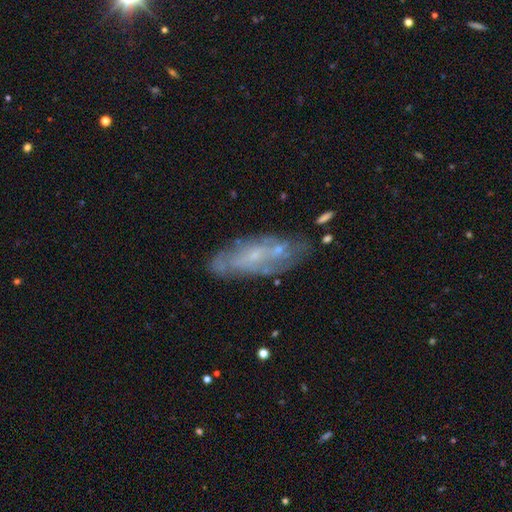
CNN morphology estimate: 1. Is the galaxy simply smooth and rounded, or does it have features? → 62% featured or disk, 29% smooth, 9% star or artifact.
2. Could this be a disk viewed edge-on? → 80% no, 20% yes.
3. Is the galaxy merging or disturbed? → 67% none, 20% minor disturbance, 7% major disturbance, 6% merger.